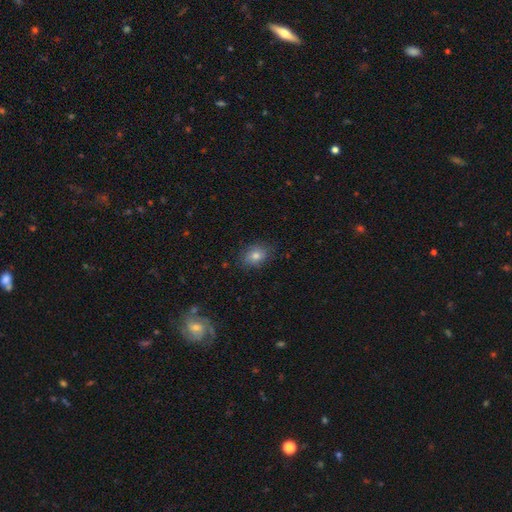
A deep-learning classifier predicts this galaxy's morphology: A smooth galaxy with no disk features (74%) that is in between round and cigar-shaped (61%). Merging: none (82%).